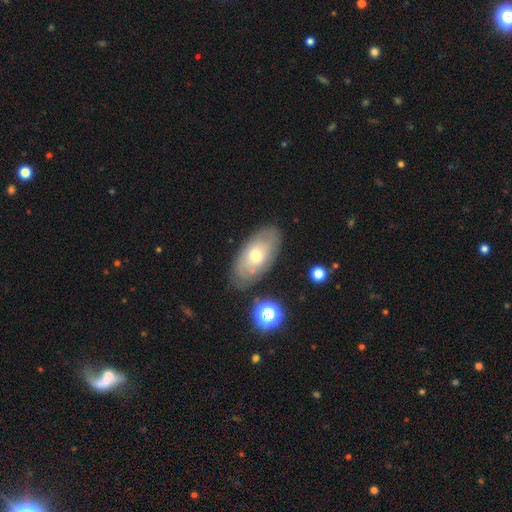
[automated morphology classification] Overall: smooth (59%; featured or disk 33%). How rounded: in between (92%). Merging: none (77%).